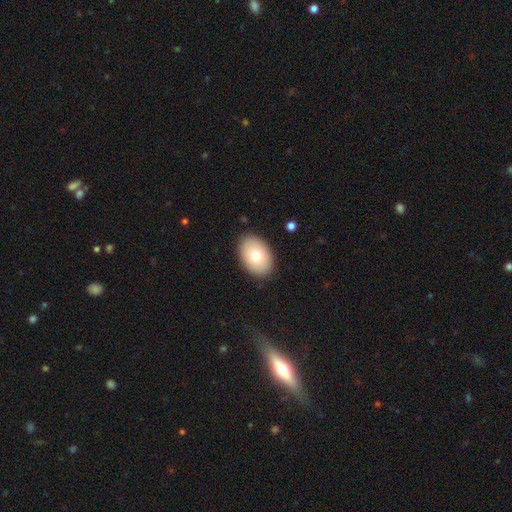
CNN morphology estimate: This appears to be a smooth galaxy with no disk features (76%) that is in between round and cigar-shaped (86%). Merging: none (89%).